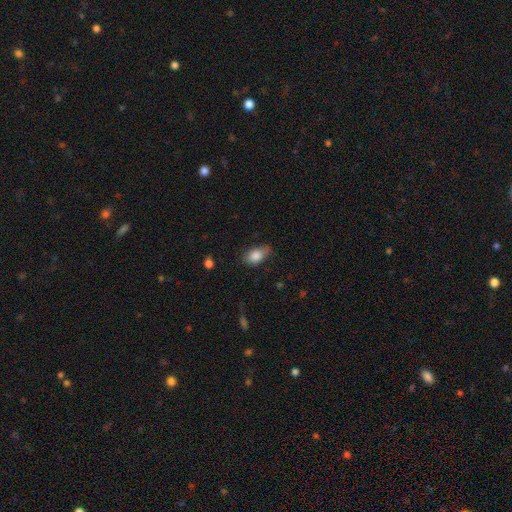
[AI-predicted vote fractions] Q: Smooth or featured?
A: smooth (84%); runner-up: featured or disk (8%)
Q: How rounded?
A: in between (88%); runner-up: round (10%)
Q: Merging?
A: none (59%); runner-up: minor disturbance (32%)